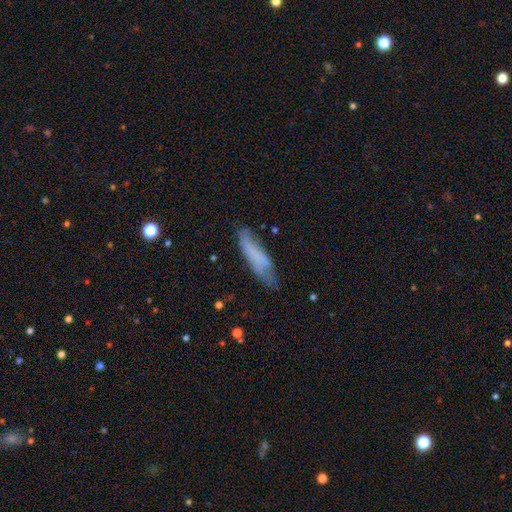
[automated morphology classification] Smooth or featured? smooth (64%)
How rounded? cigar-shaped (69%)
Merging? none (62%)